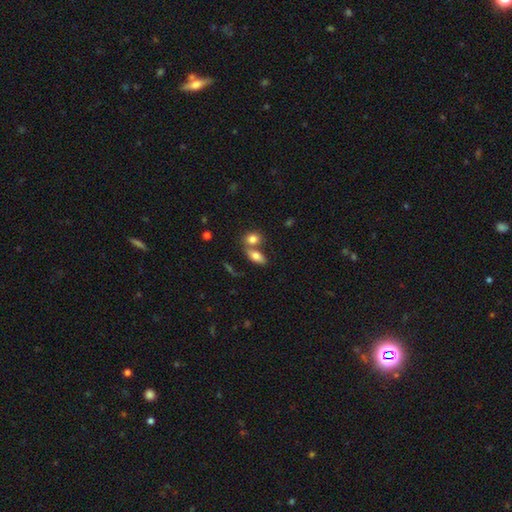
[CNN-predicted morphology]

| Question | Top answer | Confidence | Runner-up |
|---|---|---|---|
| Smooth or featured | smooth | 76% | featured or disk (16%) |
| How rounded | in between | 81% | cigar-shaped (11%) |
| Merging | none | 47% | merger (40%) |